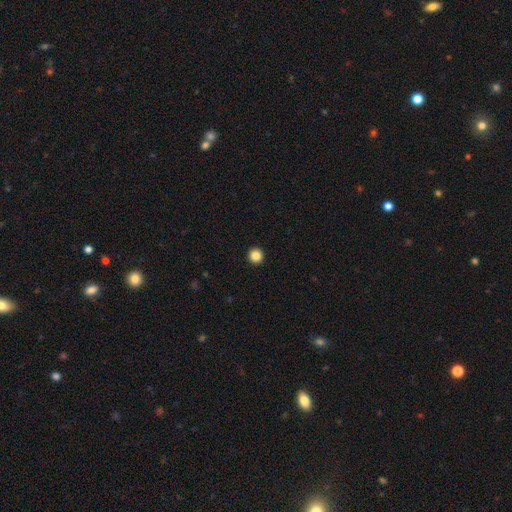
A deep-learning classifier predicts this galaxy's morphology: A smooth galaxy with no disk features (86%) that is round (95%).

Vote fractions:
- Smooth or featured? smooth: 86% / star or artifact: 10% / featured or disk: 4%
- How rounded? round: 95% / in between: 4% / cigar-shaped: 1%
- Merging? none: 94% / minor disturbance: 4% / major disturbance: 1% / merger: 1%